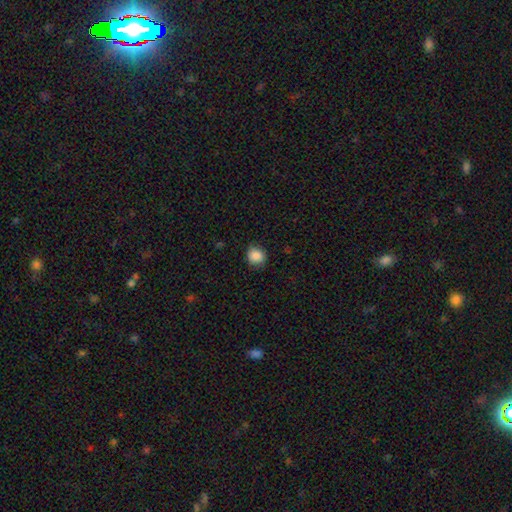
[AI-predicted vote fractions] Smooth or featured: smooth — 87% (star or artifact — 9%)
How rounded: round — 76% (in between — 23%)
Merging: none — 82% (minor disturbance — 14%)